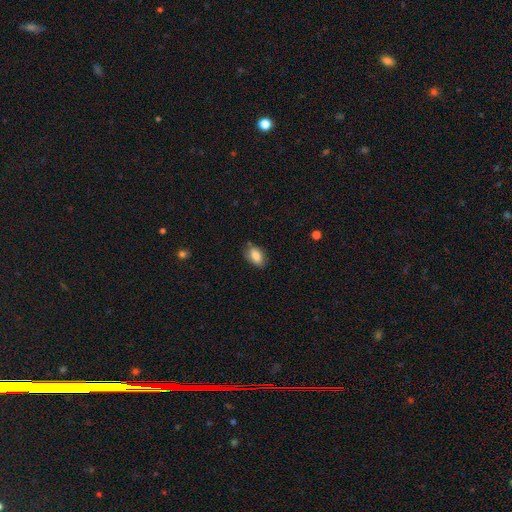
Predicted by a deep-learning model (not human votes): This is clearly a smooth galaxy (81%). How rounded: clearly in between (90%). Merging: likely none (77%).